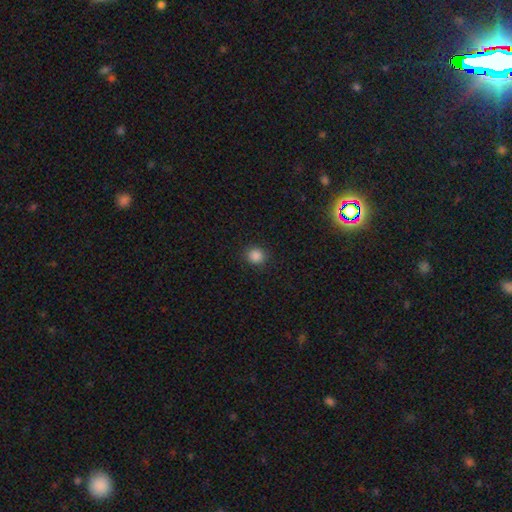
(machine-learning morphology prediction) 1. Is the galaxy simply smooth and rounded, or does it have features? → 86% smooth, 11% star or artifact, 3% featured or disk.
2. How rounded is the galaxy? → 89% round, 10% in between, 1% cigar-shaped.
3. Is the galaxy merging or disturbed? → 90% none, 7% minor disturbance, 2% major disturbance, 1% merger.